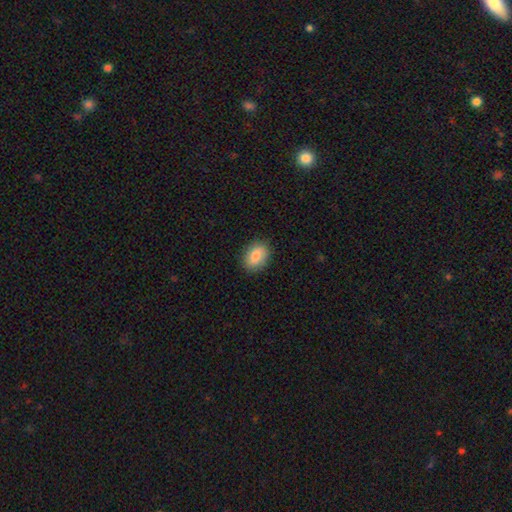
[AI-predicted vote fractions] A smooth galaxy with no disk features (84%) that is in between round and cigar-shaped (77%).

Vote fractions:
- Smooth or featured? smooth: 84% / featured or disk: 8% / star or artifact: 7%
- How rounded? in between: 77% / round: 22% / cigar-shaped: 1%
- Merging? none: 88% / minor disturbance: 9% / major disturbance: 2% / merger: 1%